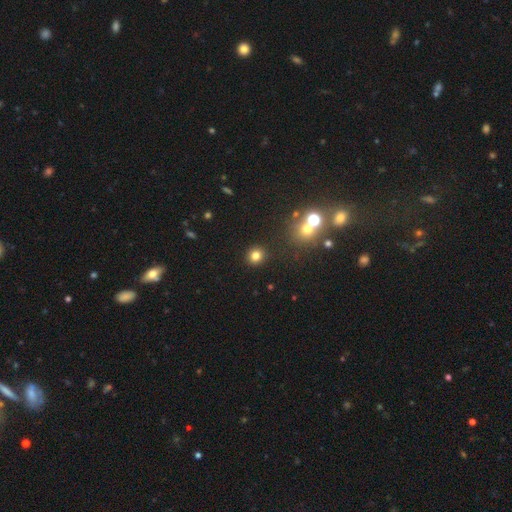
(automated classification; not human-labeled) Smooth or featured: smooth — 79% (star or artifact — 15%)
How rounded: round — 90% (in between — 9%)
Merging: none — 90% (minor disturbance — 5%)